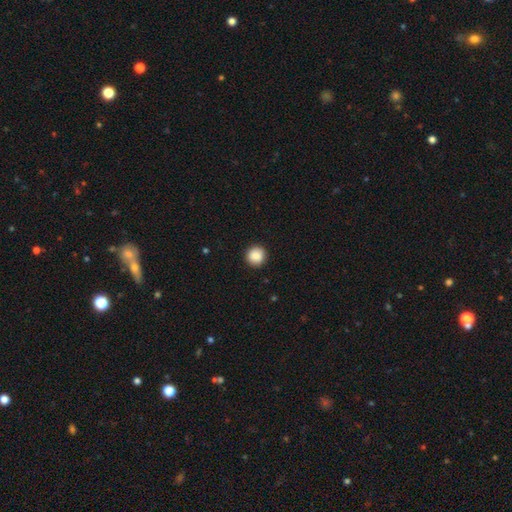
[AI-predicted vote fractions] A smooth galaxy with no disk features (88%) that is round (94%).

Vote fractions:
- Smooth or featured? smooth: 88% / star or artifact: 8% / featured or disk: 3%
- How rounded? round: 94% / in between: 5% / cigar-shaped: 1%
- Merging? none: 92% / minor disturbance: 6% / major disturbance: 2% / merger: 1%